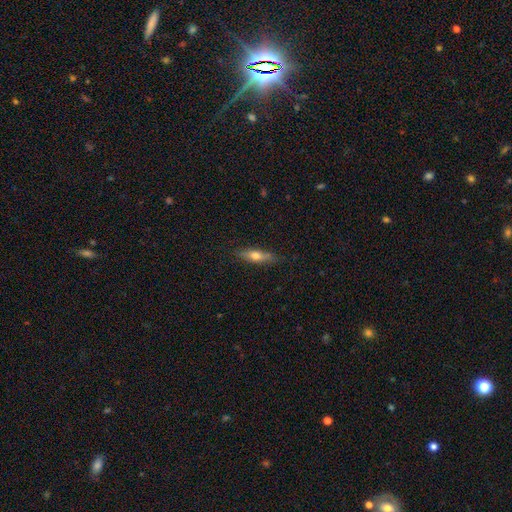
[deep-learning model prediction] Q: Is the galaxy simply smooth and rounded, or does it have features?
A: smooth — 53%.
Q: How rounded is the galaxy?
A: cigar-shaped — 65%.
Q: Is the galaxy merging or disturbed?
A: none — 83%.